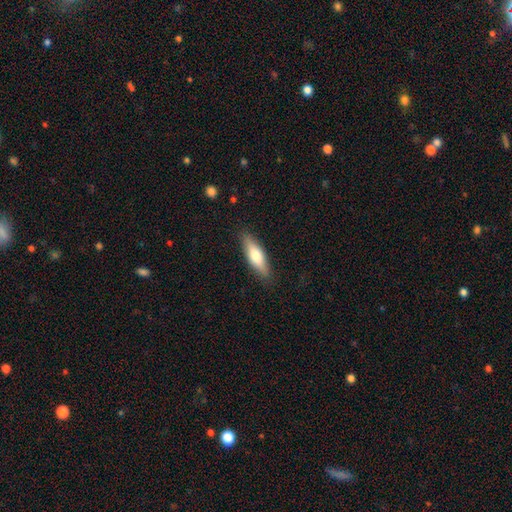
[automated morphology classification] type=smooth (68%); roundness=cigar-shaped (54%); merging=none (86%).